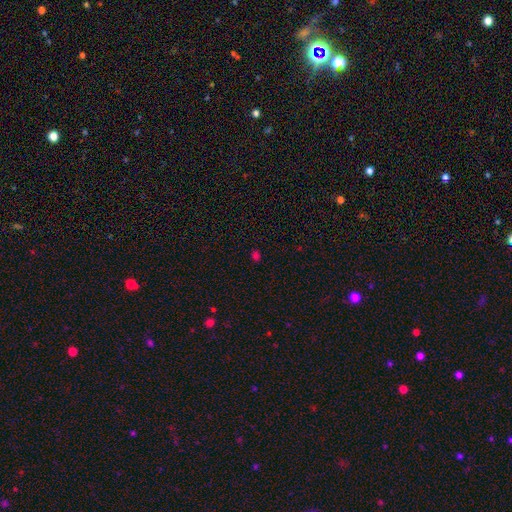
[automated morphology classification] type=smooth (61%); roundness=in between (58%); merging=none (82%).